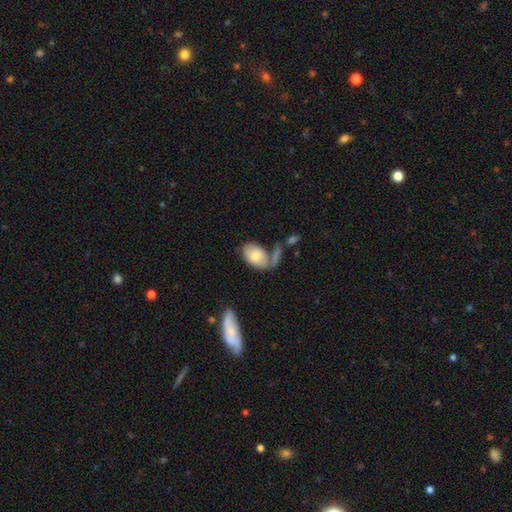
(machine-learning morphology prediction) Smooth or featured: smooth — 76% (featured or disk — 18%)
How rounded: in between — 91% (round — 7%)
Merging: none — 44% (merger — 22%)